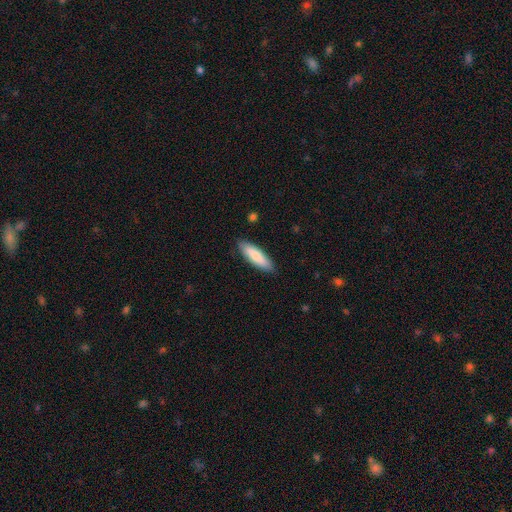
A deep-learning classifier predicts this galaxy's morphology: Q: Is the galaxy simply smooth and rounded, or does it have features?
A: smooth — 82%.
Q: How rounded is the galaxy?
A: cigar-shaped — 57%.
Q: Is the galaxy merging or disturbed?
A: none — 88%.